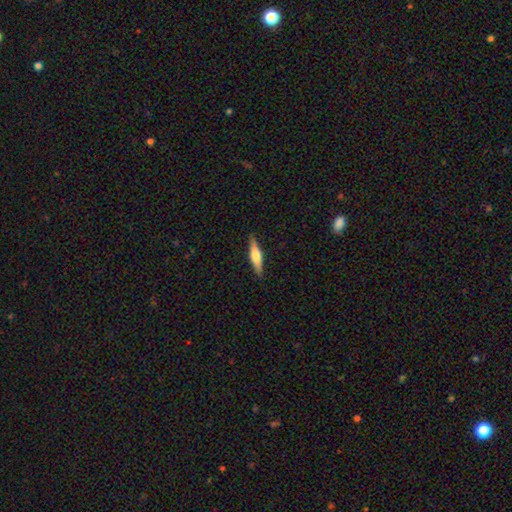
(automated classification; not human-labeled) Smooth or featured? Predicted: featured or disk (p=0.53). Edge-on disk? Predicted: yes (p=0.96). Edge-on bulge? Predicted: rounded (p=0.85). Merging? Predicted: none (p=0.89).